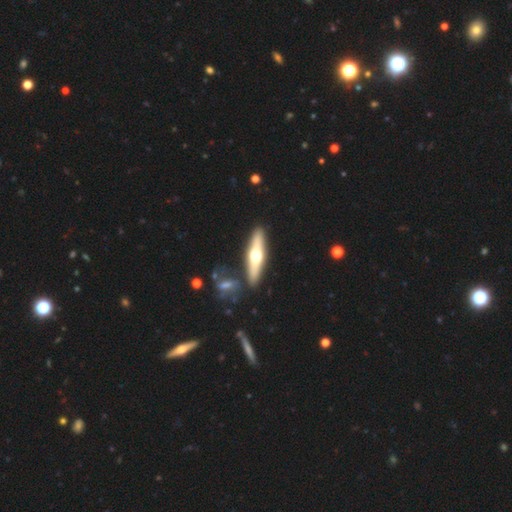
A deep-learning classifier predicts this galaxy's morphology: This is possibly a featured or disk galaxy (54%). It is clearly viewed edge-on (86%). Merging: clearly none (83%).